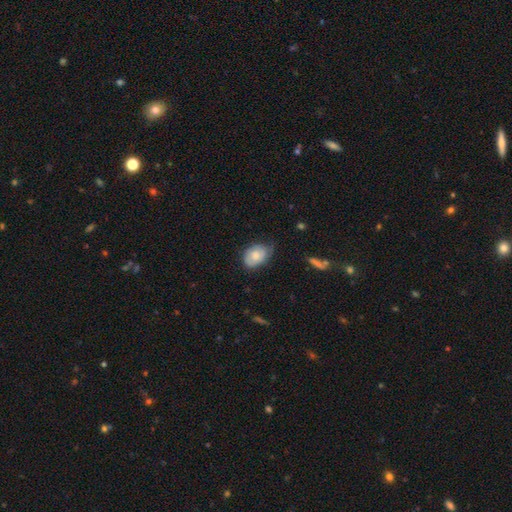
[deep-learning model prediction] Smooth or featured?
  - smooth: 69% *
  - featured or disk: 25%
  - star or artifact: 7%
How rounded?
  - in between: 80% *
  - round: 19%
  - cigar-shaped: 1%
Merging?
  - none: 53% *
  - minor disturbance: 36%
  - major disturbance: 9%
  - merger: 2%